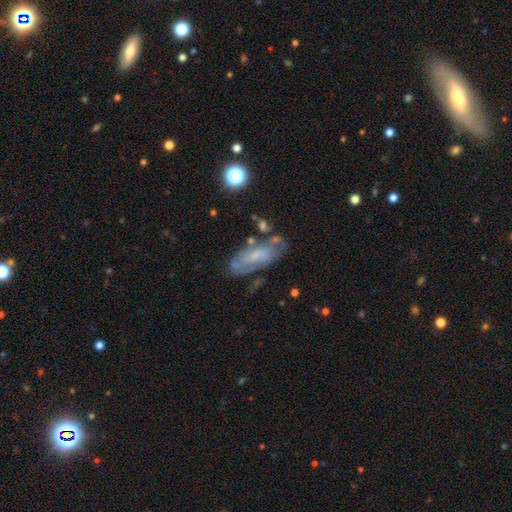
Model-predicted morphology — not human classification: smooth-or-featured: featured or disk: 65% | smooth: 26% | star or artifact: 9%
  disk-edge-on: no: 89% | yes: 11%
    bar: no: 54% | weak: 36% | strong: 10%
    has-spiral-arms: yes: 71% | no: 29%
    bulge-size: small: 56% | moderate: 20% | none: 20% | large: 2% | dominant: 1%
  merging: none: 59% | minor disturbance: 22% | major disturbance: 12% | merger: 7%